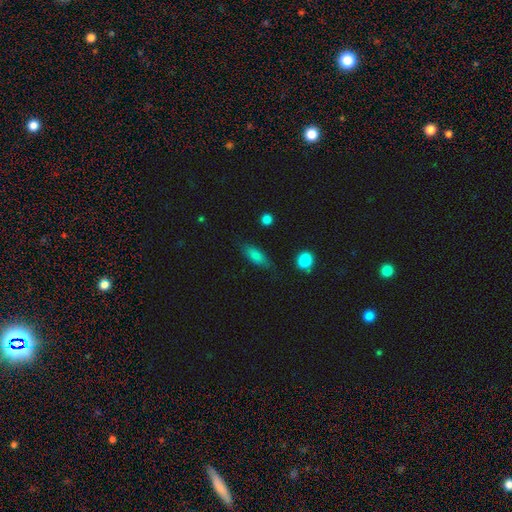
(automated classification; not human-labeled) Overall: smooth (80%). How rounded: in between (75%). Merging: none (74%).